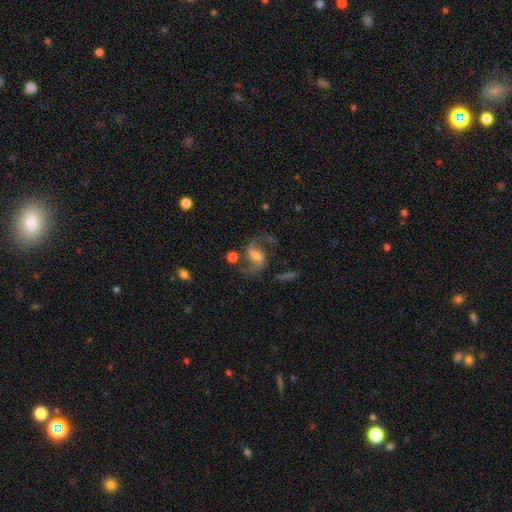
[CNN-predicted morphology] Overall: featured or disk (83%). Edge-on disk: no (97%). Bar: weak (44%; no 31%). Spiral arms: yes (95%). Spiral arm count: 2 (91%). Spiral winding: loose (56%; medium 37%). Bulge size: moderate (56%; small 33%). Merging: none (63%).